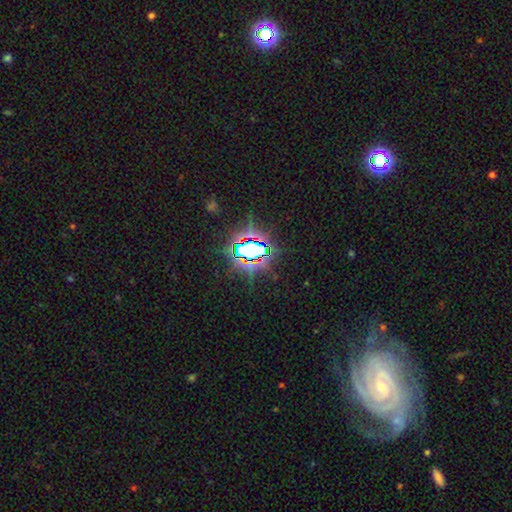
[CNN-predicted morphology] type=star or artifact (74%).